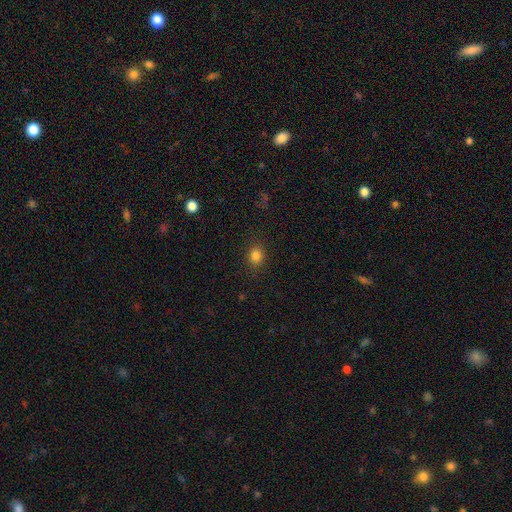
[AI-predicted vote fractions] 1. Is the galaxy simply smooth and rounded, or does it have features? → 82% smooth, 13% star or artifact, 5% featured or disk.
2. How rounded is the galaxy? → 62% round, 37% in between, 1% cigar-shaped.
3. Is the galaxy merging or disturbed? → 88% none, 8% minor disturbance, 3% major disturbance, 1% merger.